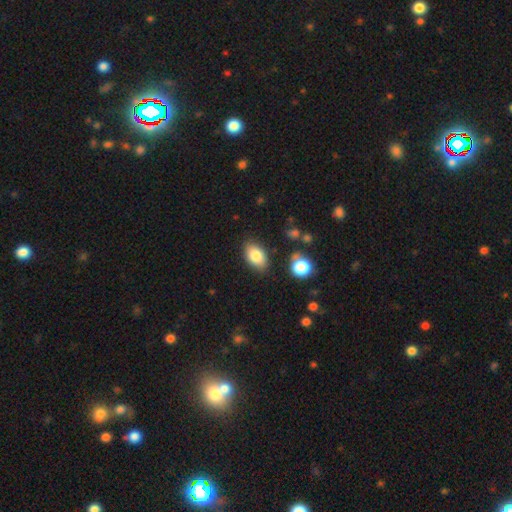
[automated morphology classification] smooth_or_featured: smooth (p=0.83) [alt: featured or disk p=0.09]
how_rounded: in between (p=0.88) [alt: round p=0.10]
merging: none (p=0.81) [alt: minor disturbance p=0.13]